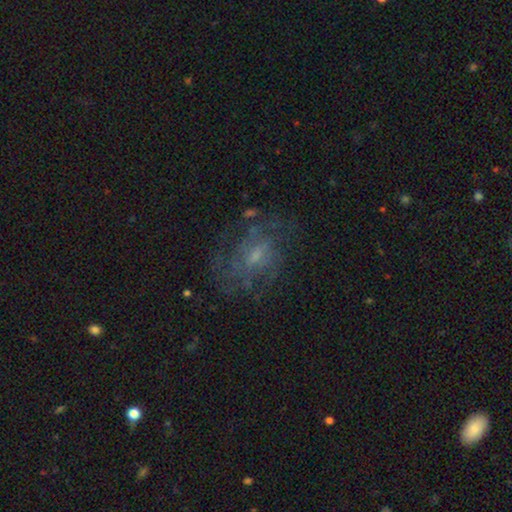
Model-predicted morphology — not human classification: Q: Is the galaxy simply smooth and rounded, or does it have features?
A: featured or disk — 68%.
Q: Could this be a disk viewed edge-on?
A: no — 97%.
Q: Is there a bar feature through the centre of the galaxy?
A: weak — 48%.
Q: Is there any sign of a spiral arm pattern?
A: yes — 77%.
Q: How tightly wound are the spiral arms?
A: medium — 42%.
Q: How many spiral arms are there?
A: can't tell — 54%.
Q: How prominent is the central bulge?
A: small — 56%.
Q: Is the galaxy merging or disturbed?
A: none — 62%.